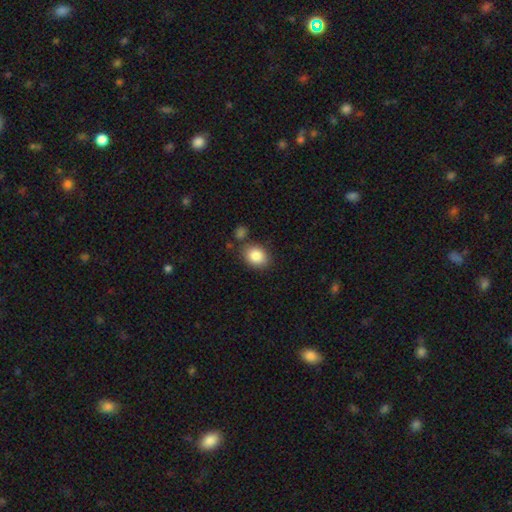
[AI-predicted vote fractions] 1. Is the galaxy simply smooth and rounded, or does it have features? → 86% smooth, 8% star or artifact, 6% featured or disk.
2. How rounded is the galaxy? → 56% in between, 43% round, 1% cigar-shaped.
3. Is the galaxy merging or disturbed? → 77% none, 12% minor disturbance, 7% merger, 4% major disturbance.